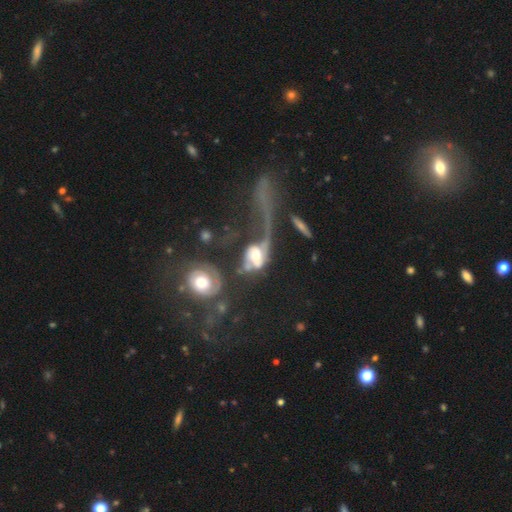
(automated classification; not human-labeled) featured or disk 66%, smooth 25%, star or artifact 9%. Down the decision tree: edge-on disk — no (93%); bar — no (55%); spiral arms — yes (70%); bulge size — moderate (44%); merging — major disturbance (47%).